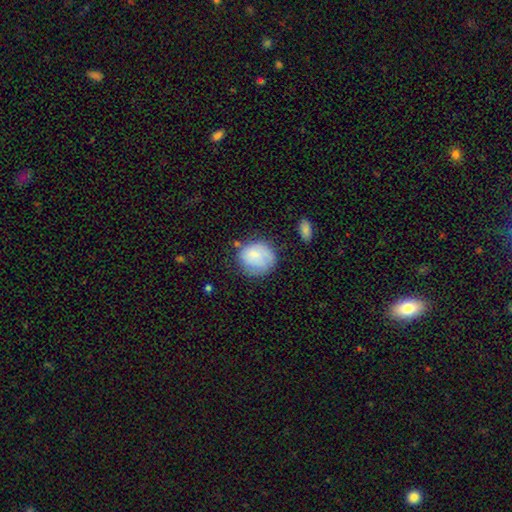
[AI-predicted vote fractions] smooth 70%, featured or disk 23%, star or artifact 7%. Down the decision tree: how rounded — round (79%); merging — none (57%).